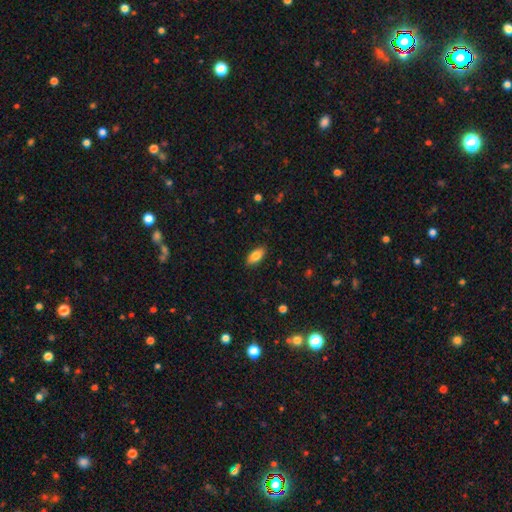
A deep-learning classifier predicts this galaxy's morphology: The model was most divided on "smooth or featured": smooth: 83%, featured or disk: 10%, star or artifact: 7%. More confident: how rounded — in between (91%); merging — none (88%).